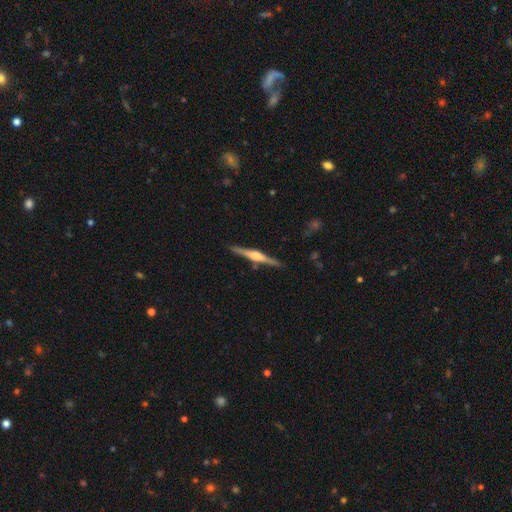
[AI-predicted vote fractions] A featured or disk galaxy (79%) viewed edge-on (98%) with a rounded central bulge (79%). Merging: none (89%).